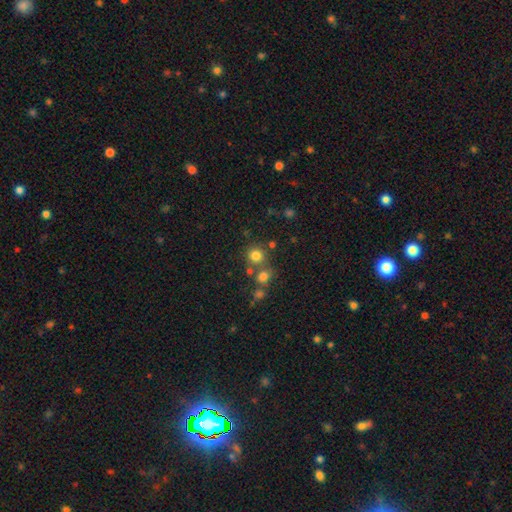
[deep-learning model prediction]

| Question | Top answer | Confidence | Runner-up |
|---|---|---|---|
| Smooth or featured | smooth | 76% | star or artifact (16%) |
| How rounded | round | 90% | in between (9%) |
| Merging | none | 67% | merger (21%) |